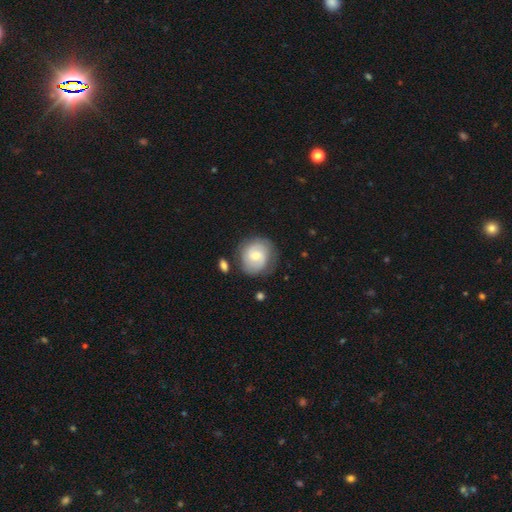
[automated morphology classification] Overall: featured or disk (51%; smooth 42%). Edge-on disk: no (97%). Merging: none (73%).